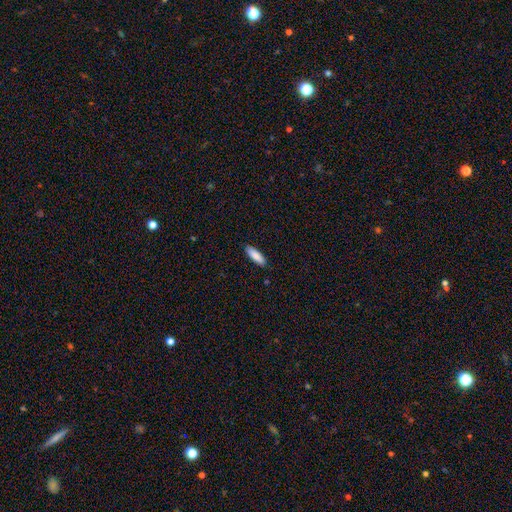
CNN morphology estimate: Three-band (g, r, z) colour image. It shows a smooth galaxy with no disk features (88%) that is in between round and cigar-shaped (51%). Merging: none (88%).